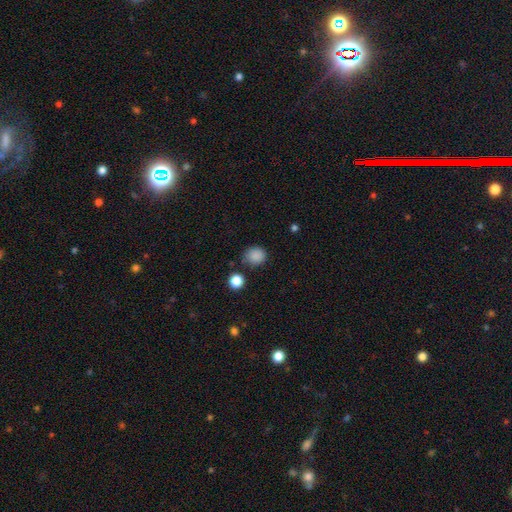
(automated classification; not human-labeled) smooth 86%, star or artifact 11%, featured or disk 3%. Down the decision tree: how rounded — round (78%); merging — none (76%).